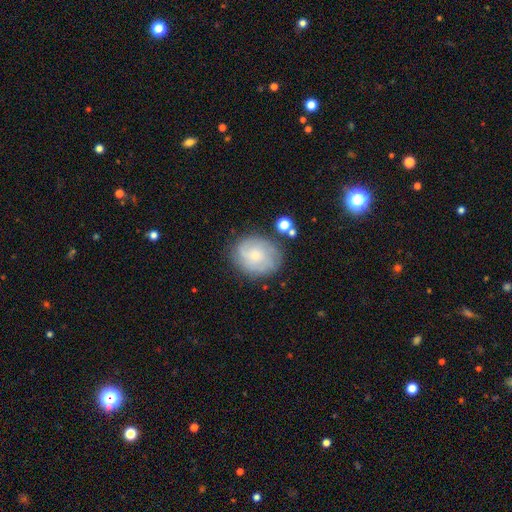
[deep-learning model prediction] Q: Smooth or featured?
A: featured or disk (52%); runner-up: smooth (40%)
Q: Edge-on disk?
A: no (97%); runner-up: yes (3%)
Q: Bar?
A: no (75%); runner-up: weak (22%)
Q: Spiral arms?
A: yes (83%); runner-up: no (17%)
Q: Bulge size?
A: small (59%); runner-up: moderate (32%)
Q: Merging?
A: none (71%); runner-up: minor disturbance (18%)